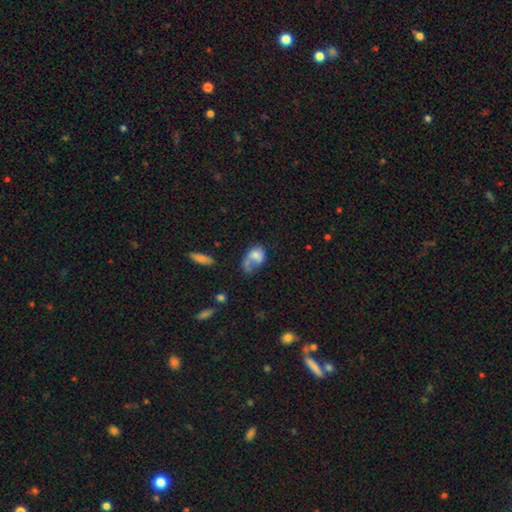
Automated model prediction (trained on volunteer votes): The model was most divided on "merging": major disturbance: 38%, none: 23%, merger: 20%, minor disturbance: 20%. More confident: how rounded — in between (77%); smooth or featured — smooth (60%).